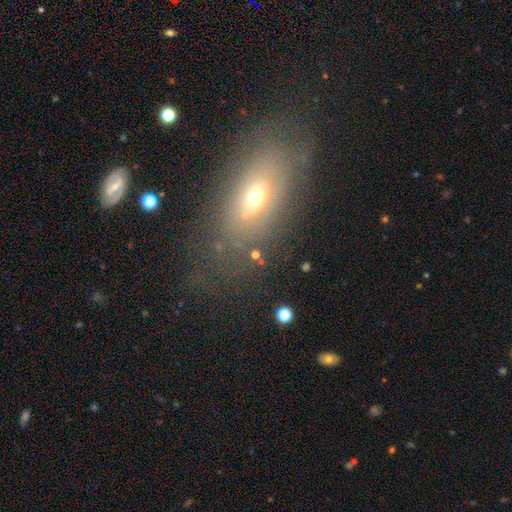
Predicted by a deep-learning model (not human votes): smooth 45%, featured or disk 38%, star or artifact 17%. Down the decision tree: merging — none (77%).